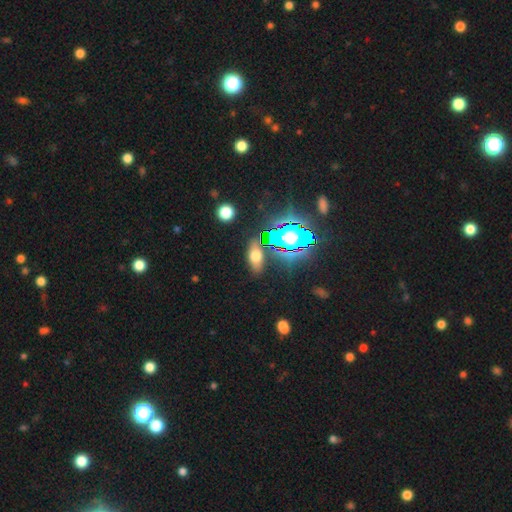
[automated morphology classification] The model was most divided on "smooth or featured": smooth: 56%, star or artifact: 25%, featured or disk: 19%. More confident: how rounded — in between (78%); merging — none (78%).